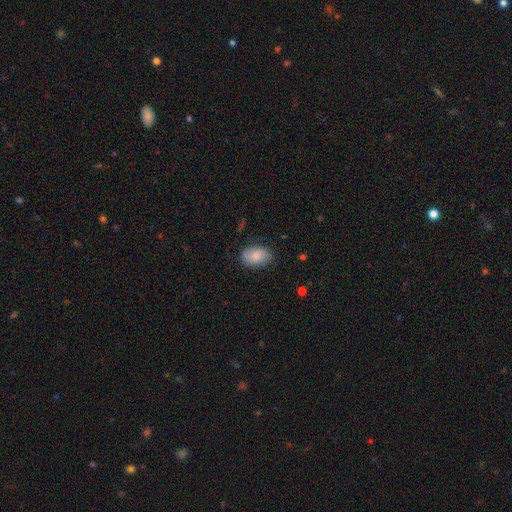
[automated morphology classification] This is clearly a smooth galaxy (81%). How rounded: clearly in between (88%). Merging: likely none (78%).